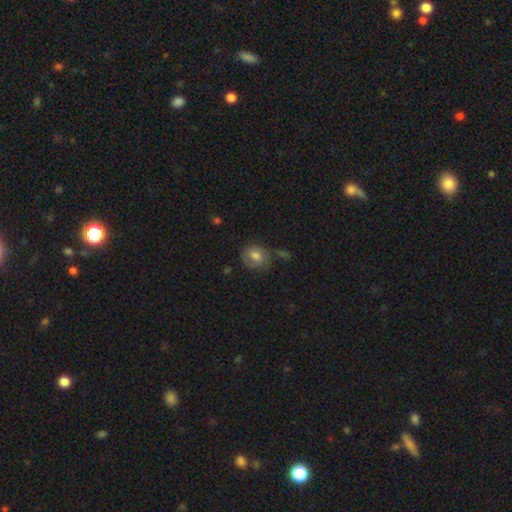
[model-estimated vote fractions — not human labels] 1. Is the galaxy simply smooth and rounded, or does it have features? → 54% smooth, 38% featured or disk, 9% star or artifact.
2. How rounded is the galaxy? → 60% round, 39% in between, 1% cigar-shaped.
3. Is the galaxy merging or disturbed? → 61% none, 23% minor disturbance, 10% major disturbance, 5% merger.